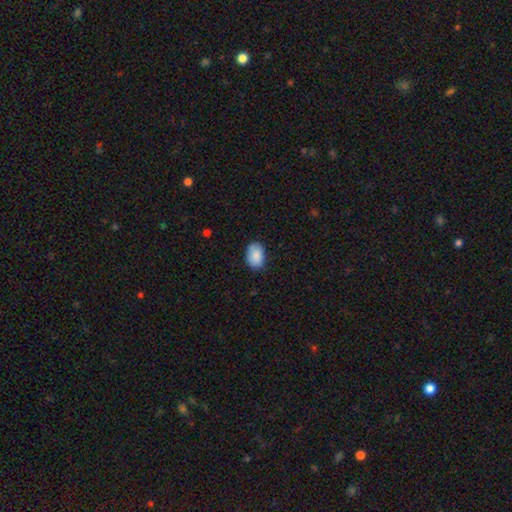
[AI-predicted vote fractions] smooth_or_featured: smooth (p=0.87) [alt: star or artifact p=0.07]
how_rounded: in between (p=0.85) [alt: round p=0.14]
merging: none (p=0.77) [alt: minor disturbance p=0.19]